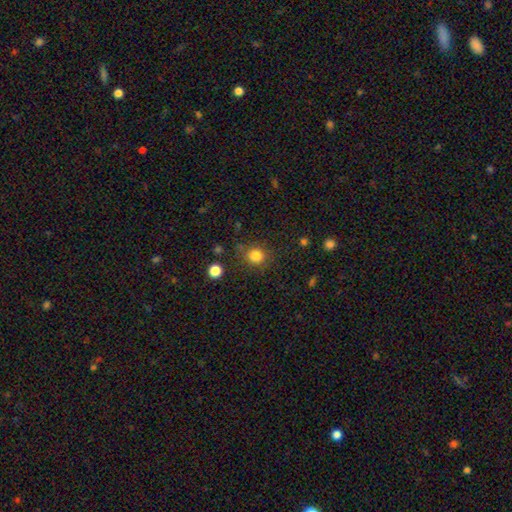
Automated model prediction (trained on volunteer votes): A smooth galaxy with no disk features (82%) that is round (89%).

Vote fractions:
- Smooth or featured? smooth: 82% / star or artifact: 13% / featured or disk: 5%
- How rounded? round: 89% / in between: 10% / cigar-shaped: 1%
- Merging? none: 81% / minor disturbance: 11% / major disturbance: 4% / merger: 3%